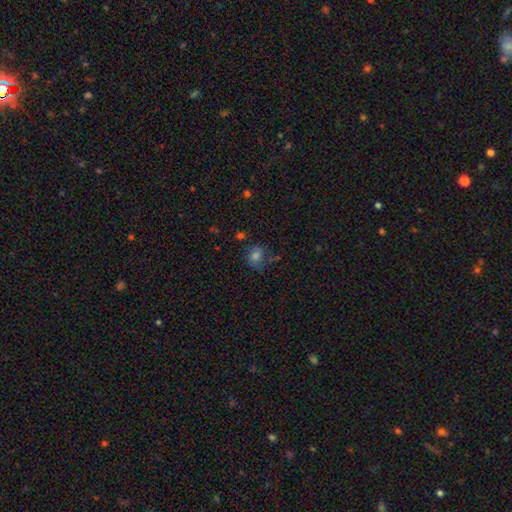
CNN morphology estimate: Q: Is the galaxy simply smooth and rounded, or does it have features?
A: smooth — 68%.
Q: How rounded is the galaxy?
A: round — 57%.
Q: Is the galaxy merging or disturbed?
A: none — 58%.